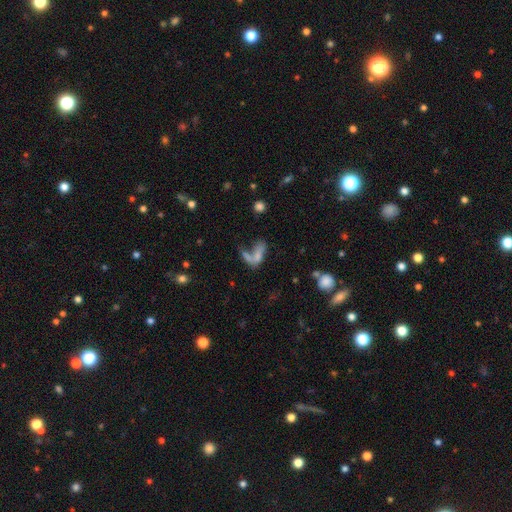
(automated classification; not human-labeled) Smooth or featured? smooth (62%)
How rounded? in between (66%)
Merging? merger (48%)